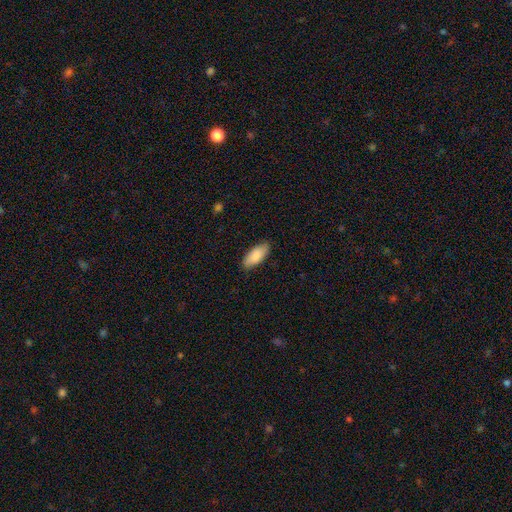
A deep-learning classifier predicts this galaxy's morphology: smooth 86%, featured or disk 8%, star or artifact 6%. Down the decision tree: how rounded — in between (85%); merging — none (84%).